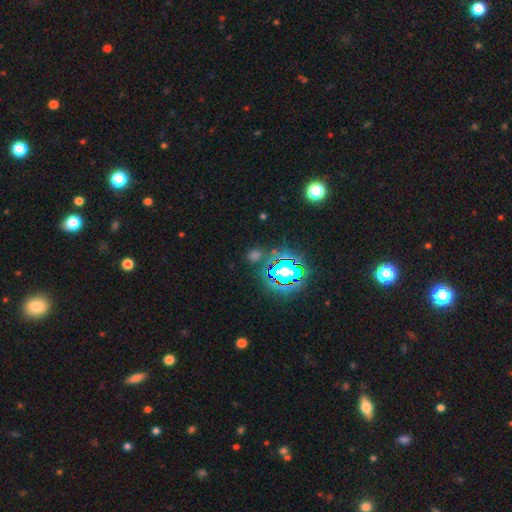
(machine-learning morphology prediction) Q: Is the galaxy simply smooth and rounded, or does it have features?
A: star or artifact — 57%.